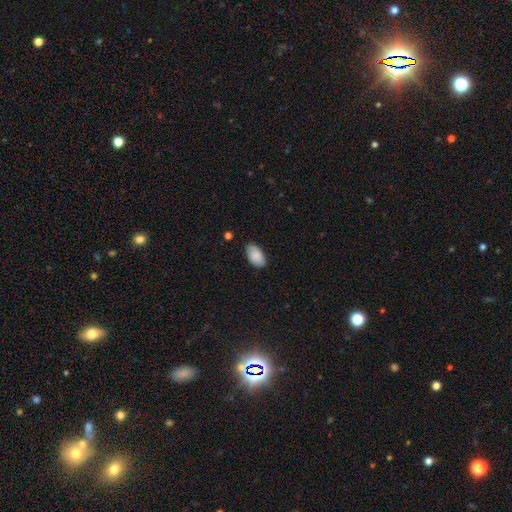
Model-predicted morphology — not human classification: A smooth galaxy with no disk features (83%) that is in between round and cigar-shaped (94%). Merging: none (78%).